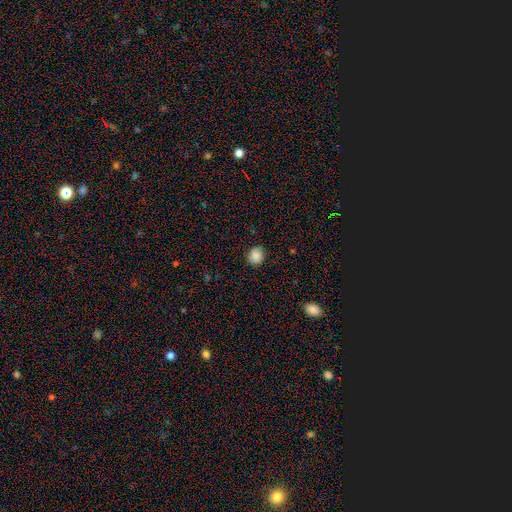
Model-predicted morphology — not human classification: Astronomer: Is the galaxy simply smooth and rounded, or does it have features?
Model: smooth — 87%.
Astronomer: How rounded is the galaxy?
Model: round — 86%.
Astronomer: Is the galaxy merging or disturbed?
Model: none — 89%.